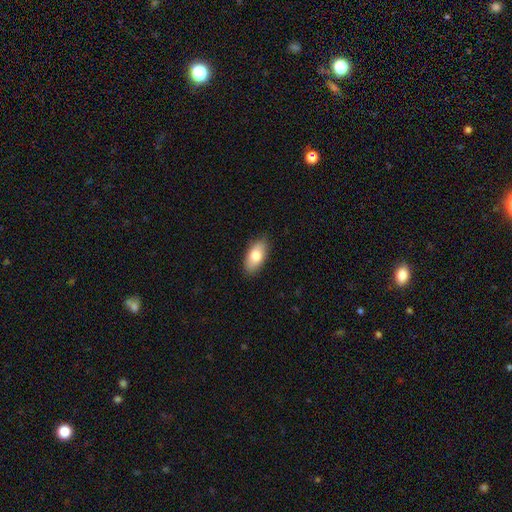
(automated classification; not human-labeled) Q: Smooth or featured?
A: smooth (78%); runner-up: featured or disk (16%)
Q: How rounded?
A: in between (91%); runner-up: cigar-shaped (6%)
Q: Merging?
A: none (86%); runner-up: minor disturbance (11%)